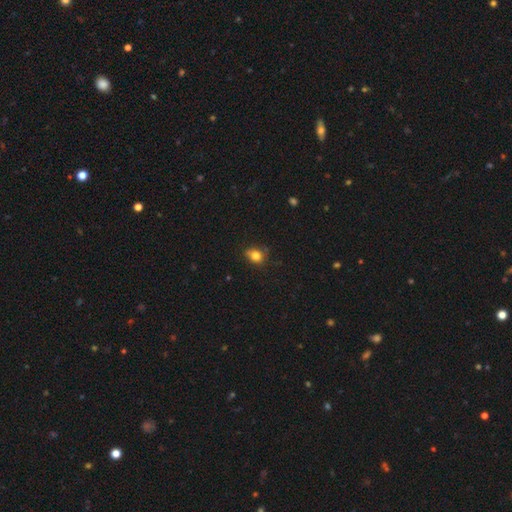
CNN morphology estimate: Q: Smooth or featured?
A: smooth (80%); runner-up: star or artifact (12%)
Q: How rounded?
A: round (57%); runner-up: in between (42%)
Q: Merging?
A: none (64%); runner-up: minor disturbance (28%)